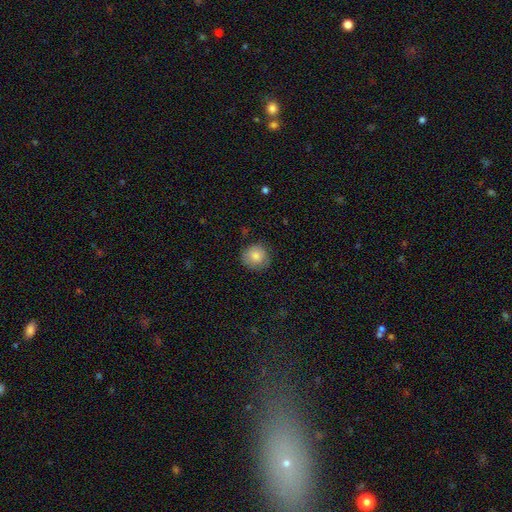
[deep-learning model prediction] smooth_or_featured: smooth (p=0.83) [alt: featured or disk p=0.10]
how_rounded: round (p=0.90) [alt: in between p=0.09]
merging: none (p=0.80) [alt: minor disturbance p=0.15]